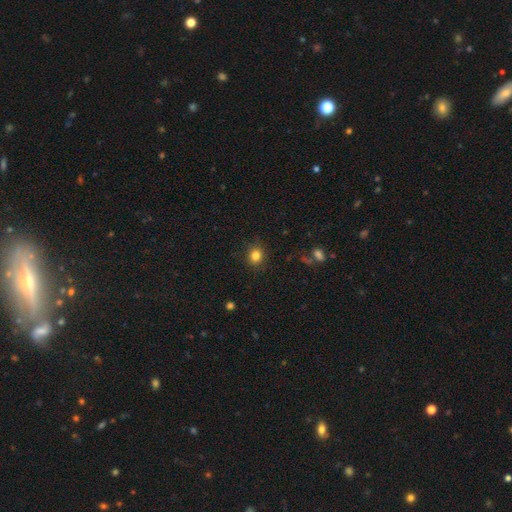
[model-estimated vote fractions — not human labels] smooth 83%, star or artifact 11%, featured or disk 5%. Down the decision tree: how rounded — round (77%); merging — none (87%).